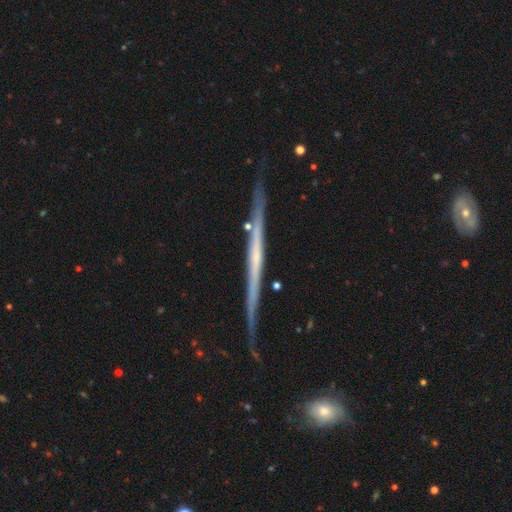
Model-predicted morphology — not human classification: A featured or disk galaxy (76%) viewed edge-on (97%) with no central bulge (77%). Merging: none (78%).